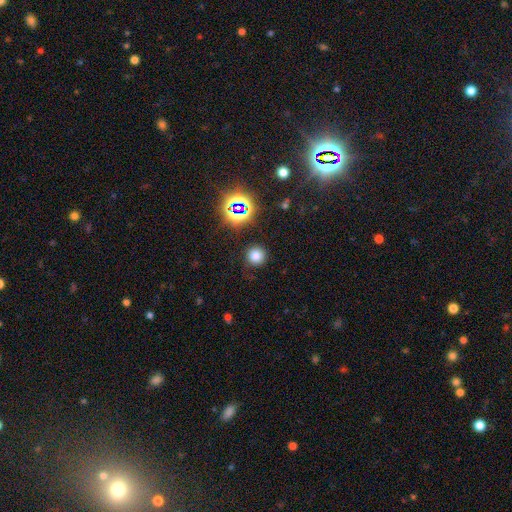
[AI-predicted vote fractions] Smooth or featured? smooth (72%)
How rounded? round (94%)
Merging? none (89%)